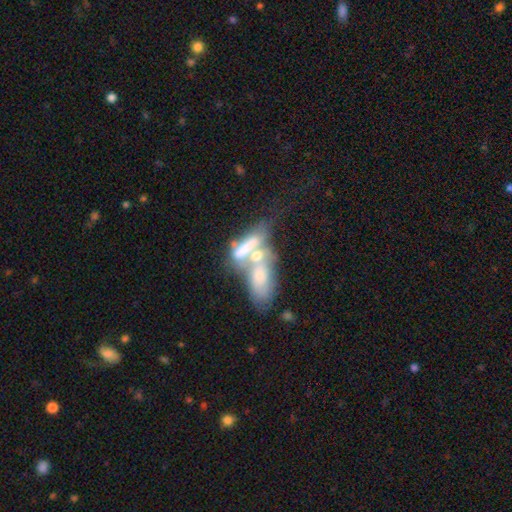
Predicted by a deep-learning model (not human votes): Smooth or featured: featured or disk — 46% (smooth — 43%)
Merging: merger — 68% (none — 14%)